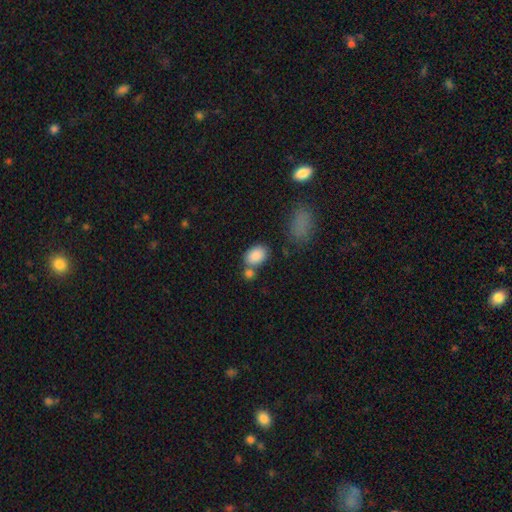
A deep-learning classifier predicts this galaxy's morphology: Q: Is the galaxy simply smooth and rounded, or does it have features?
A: smooth — 87%.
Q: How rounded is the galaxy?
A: in between — 84%.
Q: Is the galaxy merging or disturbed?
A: none — 54%.